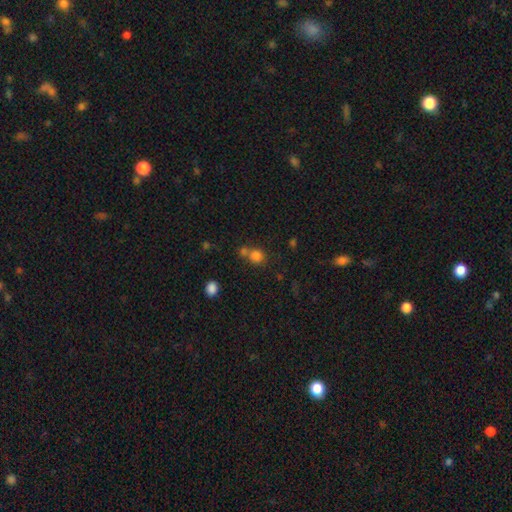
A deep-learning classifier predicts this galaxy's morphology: A smooth galaxy with no disk features (79%) that is round (80%). Merging: none (46%).